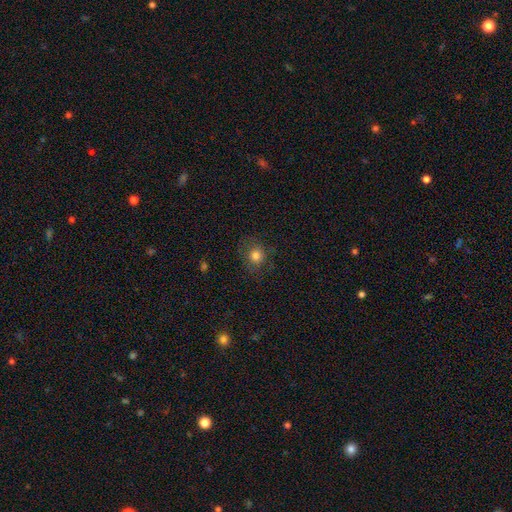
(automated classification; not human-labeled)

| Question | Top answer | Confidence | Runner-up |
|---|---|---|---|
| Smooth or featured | smooth | 79% | star or artifact (13%) |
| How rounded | round | 85% | in between (14%) |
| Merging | none | 79% | minor disturbance (14%) |